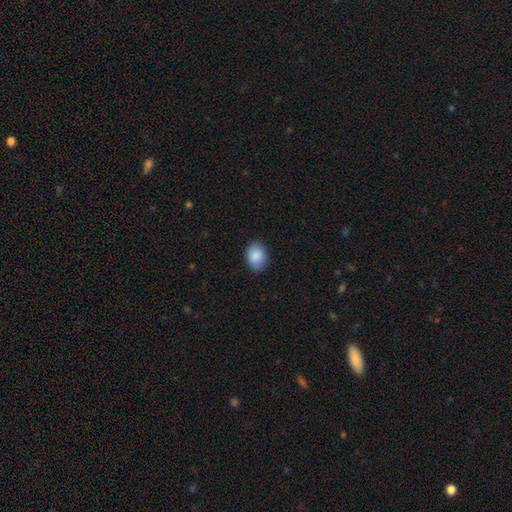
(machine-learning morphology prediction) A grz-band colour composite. It shows a smooth galaxy with no disk features (89%) that is in between round and cigar-shaped (67%). Merging: none (85%).